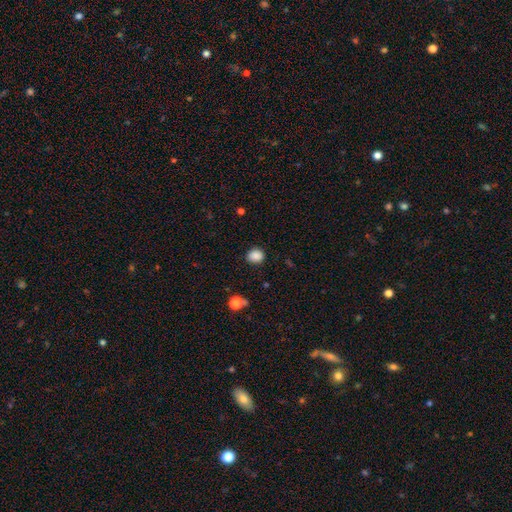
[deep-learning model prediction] This appears to be a smooth galaxy with no disk features (87%) that is round (69%). Merging: none (85%).